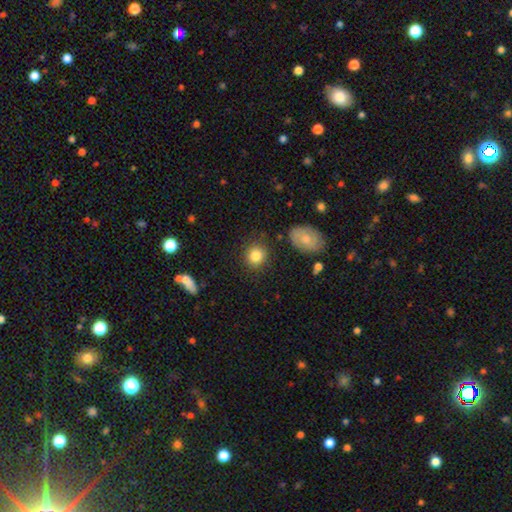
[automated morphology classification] smooth 84%, star or artifact 9%, featured or disk 7%. Down the decision tree: how rounded — round (81%); merging — none (83%).